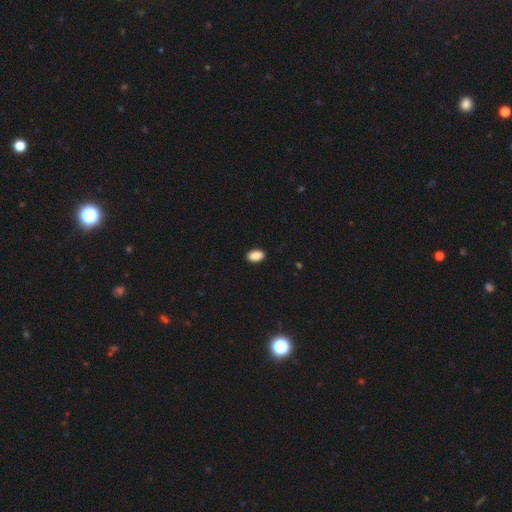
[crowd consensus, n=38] Smooth or featured?
  - smooth: 92% *
  - star or artifact: 8%
  - featured or disk: 0%
How rounded?
  - in between: 91% *
  - round: 9%
  - cigar-shaped: 0%
Merging?
  - none: 91% *
  - minor disturbance: 3%
  - major disturbance: 3%
  - merger: 3%